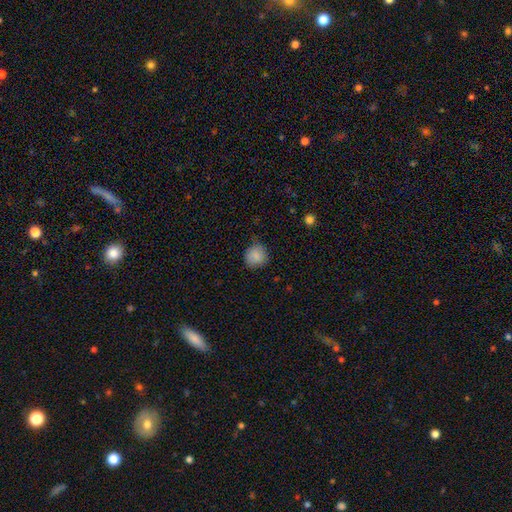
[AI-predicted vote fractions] Smooth or featured?
  - smooth: 87% *
  - star or artifact: 9%
  - featured or disk: 4%
How rounded?
  - round: 88% *
  - in between: 11%
  - cigar-shaped: 1%
Merging?
  - none: 80% *
  - minor disturbance: 16%
  - major disturbance: 3%
  - merger: 1%